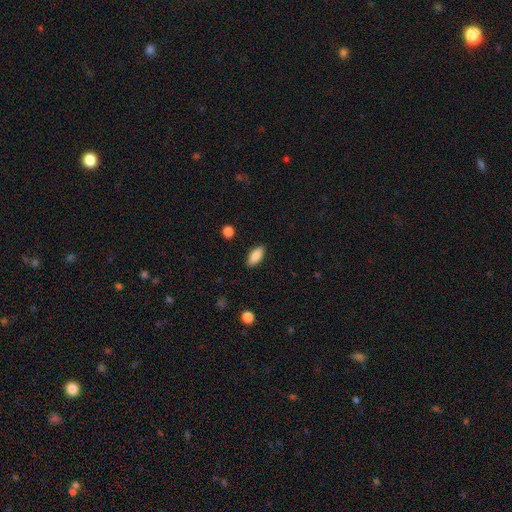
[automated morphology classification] Q: Smooth or featured?
A: smooth (87%); runner-up: featured or disk (7%)
Q: How rounded?
A: in between (82%); runner-up: cigar-shaped (16%)
Q: Merging?
A: none (88%); runner-up: minor disturbance (9%)